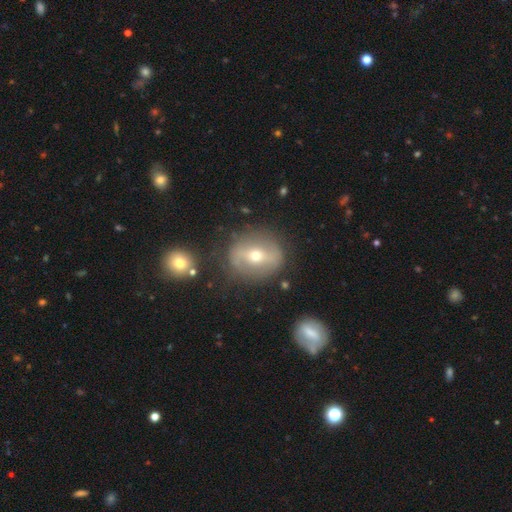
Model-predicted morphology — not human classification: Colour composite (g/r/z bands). It shows a featured or disk galaxy (65%) with a strong bar (48%), spiral arms (53%) and a moderate central bulge (56%). Merging: none (79%).